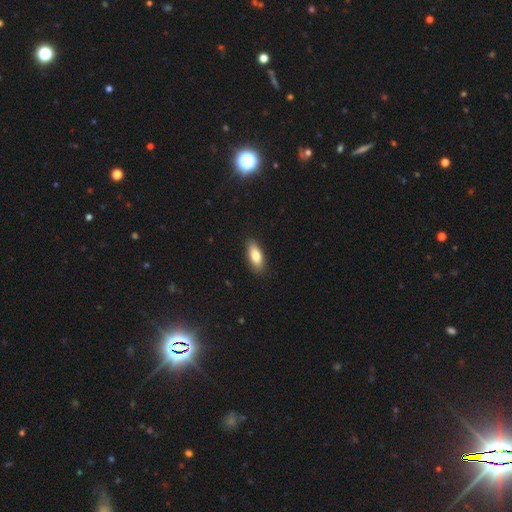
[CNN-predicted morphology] smooth 80%, featured or disk 14%, star or artifact 7%. Down the decision tree: how rounded — in between (81%); merging — none (88%).